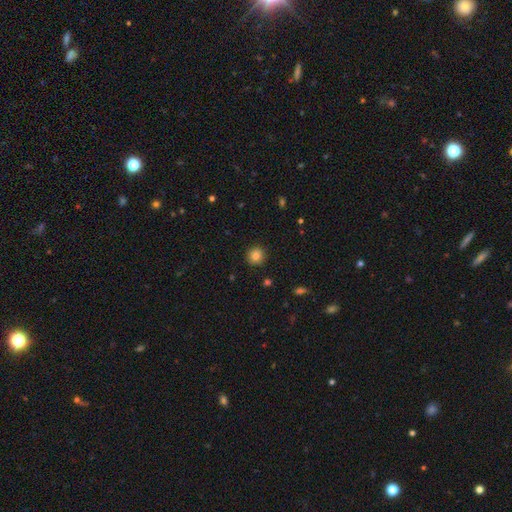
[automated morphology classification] smooth_or_featured: smooth (p=0.84) [alt: star or artifact p=0.11]
how_rounded: round (p=0.94) [alt: in between p=0.05]
merging: none (p=0.92) [alt: minor disturbance p=0.05]